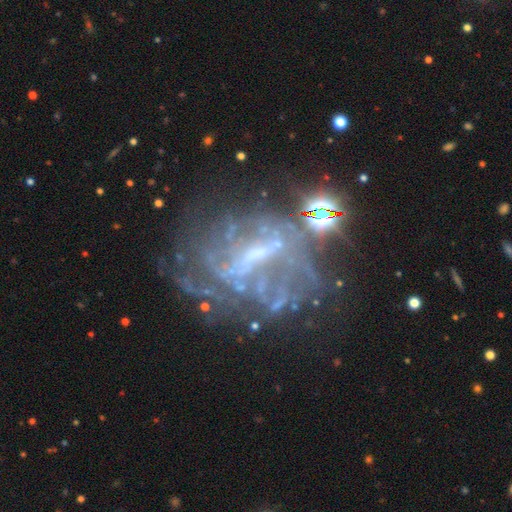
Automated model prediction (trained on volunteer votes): Smooth or featured?
  - featured or disk: 71% *
  - star or artifact: 19%
  - smooth: 10%
Edge-on disk?
  - no: 94% *
  - yes: 6%
Bar?
  - weak: 38% *
  - strong: 36%
  - no: 27%
Spiral arms?
  - yes: 55% *
  - no: 45%
Bulge size?
  - none: 41% *
  - small: 40%
  - moderate: 15%
  - large: 2%
  - dominant: 1%
Merging?
  - none: 47% *
  - major disturbance: 26%
  - minor disturbance: 18%
  - merger: 9%